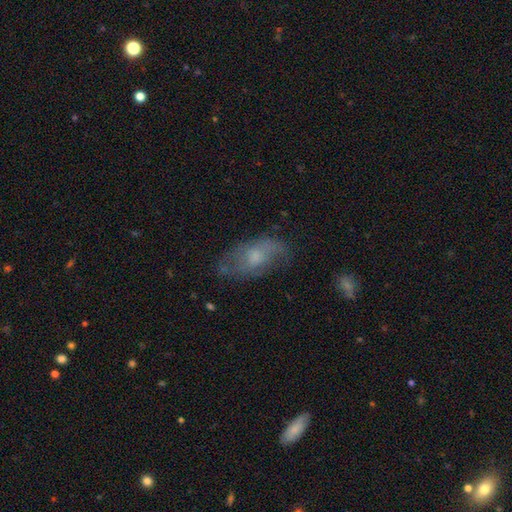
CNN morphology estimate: The model was most divided on "smooth or featured": featured or disk: 50%, smooth: 41%, star or artifact: 9%. More confident: merging — none (64%).